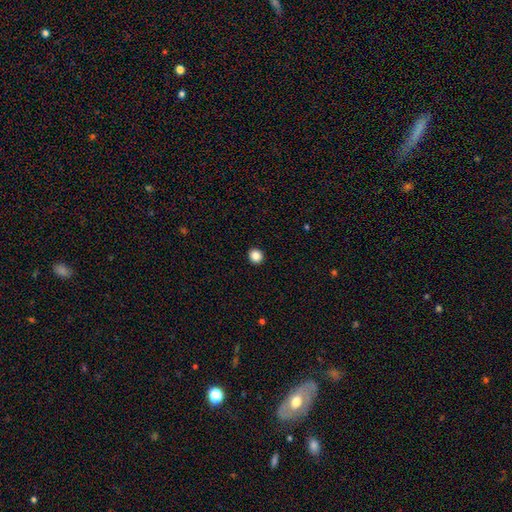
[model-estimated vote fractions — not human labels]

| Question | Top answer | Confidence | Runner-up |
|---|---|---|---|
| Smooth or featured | smooth | 86% | star or artifact (10%) |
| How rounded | round | 89% | in between (10%) |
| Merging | none | 93% | minor disturbance (4%) |